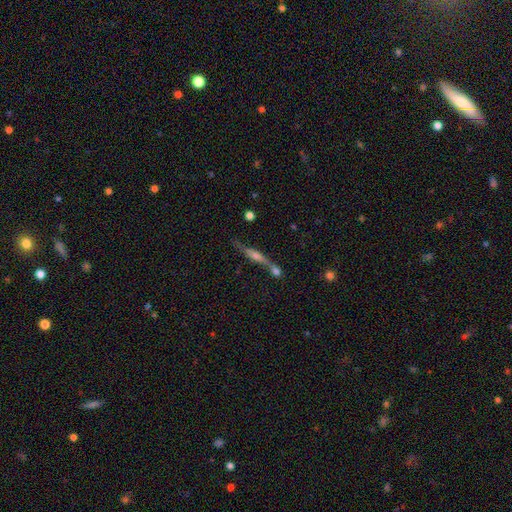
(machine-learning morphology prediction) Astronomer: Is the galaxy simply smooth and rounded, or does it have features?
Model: featured or disk — 69%.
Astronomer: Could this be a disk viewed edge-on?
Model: yes — 91%.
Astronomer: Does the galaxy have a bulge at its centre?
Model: rounded — 68%.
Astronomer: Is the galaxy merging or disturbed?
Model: none — 56%.